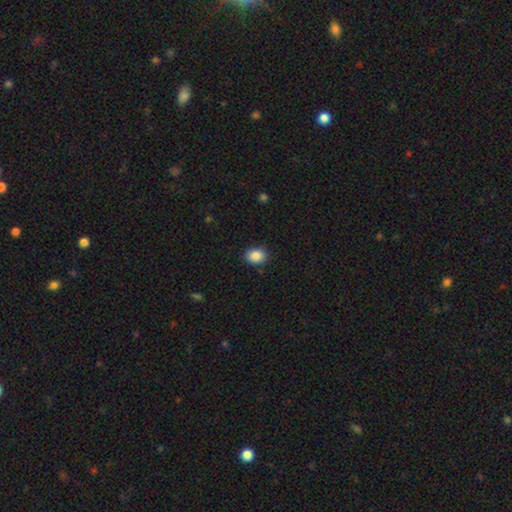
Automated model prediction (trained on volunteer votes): Smooth or featured? Predicted: smooth (p=0.88). How rounded? Predicted: in between (p=0.55). Merging? Predicted: none (p=0.87).